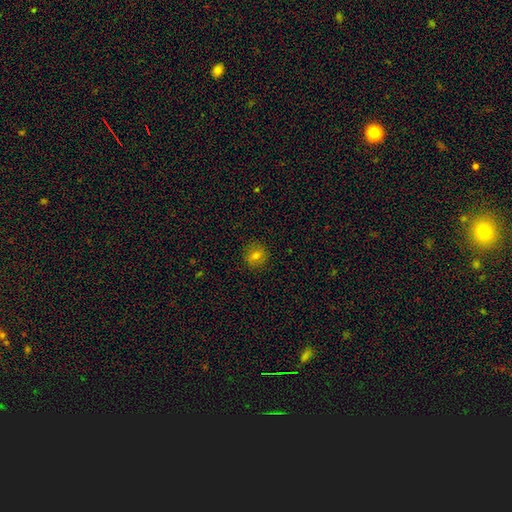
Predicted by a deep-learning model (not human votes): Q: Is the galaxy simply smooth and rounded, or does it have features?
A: smooth — 75%.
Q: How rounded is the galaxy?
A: round — 84%.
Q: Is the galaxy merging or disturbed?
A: none — 88%.